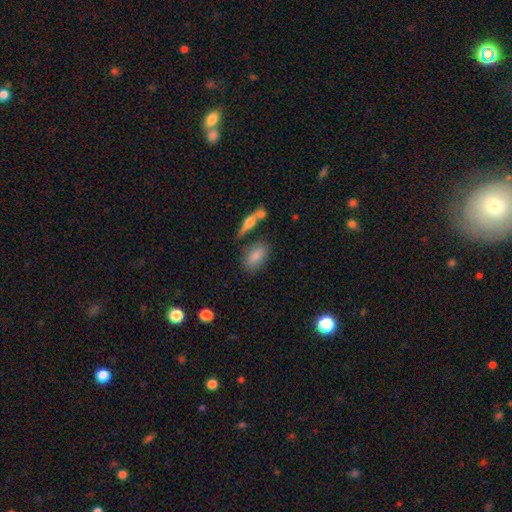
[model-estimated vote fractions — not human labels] Smooth or featured? Predicted: smooth (p=0.81). How rounded? Predicted: in between (p=0.87). Merging? Predicted: none (p=0.66).